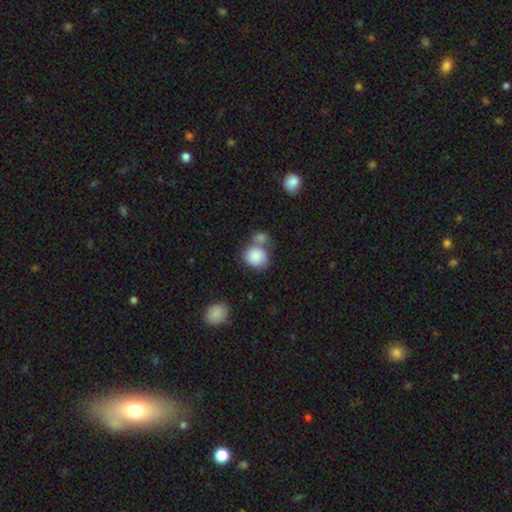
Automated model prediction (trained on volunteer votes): Smooth or featured?
  - smooth: 86% *
  - star or artifact: 7%
  - featured or disk: 7%
How rounded?
  - round: 74% *
  - in between: 25%
  - cigar-shaped: 1%
Merging?
  - merger: 43% *
  - none: 38%
  - minor disturbance: 13%
  - major disturbance: 6%